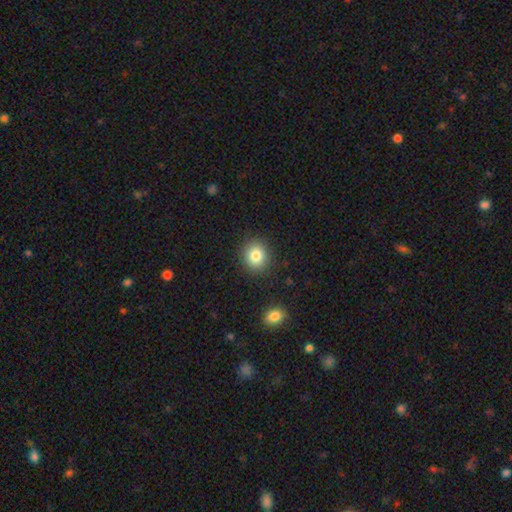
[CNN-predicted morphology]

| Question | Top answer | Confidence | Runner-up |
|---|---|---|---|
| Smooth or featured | smooth | 82% | star or artifact (10%) |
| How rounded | round | 80% | in between (19%) |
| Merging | none | 88% | minor disturbance (8%) |